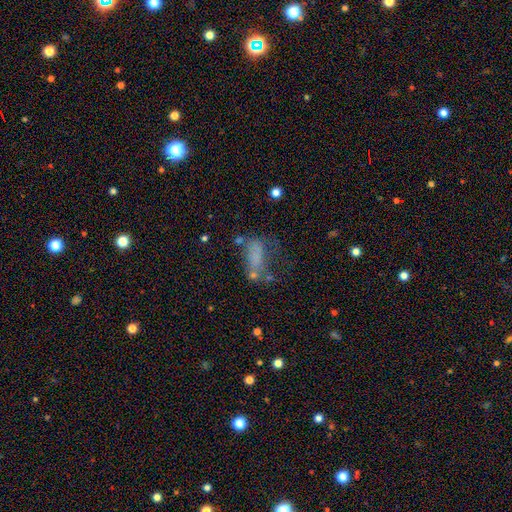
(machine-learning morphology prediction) A smooth galaxy with no disk features (54%) that is in between round and cigar-shaped (80%).

Vote fractions:
- Smooth or featured? smooth: 54% / featured or disk: 28% / star or artifact: 18%
- How rounded? in between: 80% / cigar-shaped: 14% / round: 6%
- Merging? major disturbance: 35% / none: 28% / minor disturbance: 21% / merger: 16%